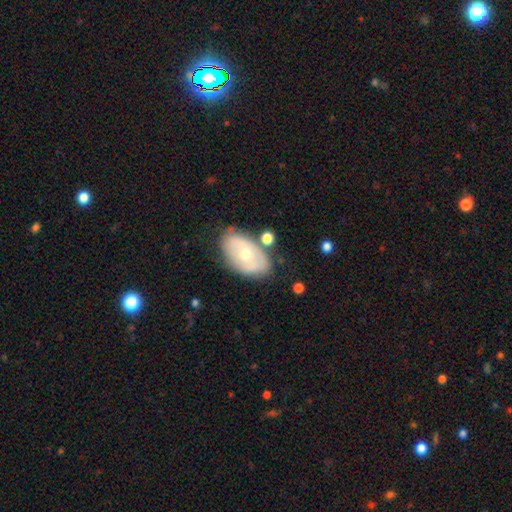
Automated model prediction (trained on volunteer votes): A featured or disk galaxy (49%). Merging: none (69%).